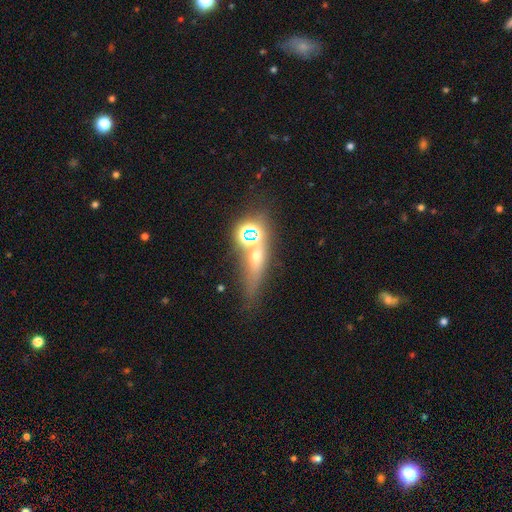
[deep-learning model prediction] The model was most divided on "smooth or featured": smooth: 37%, star or artifact: 35%, featured or disk: 27%. More confident: merging — none (56%).